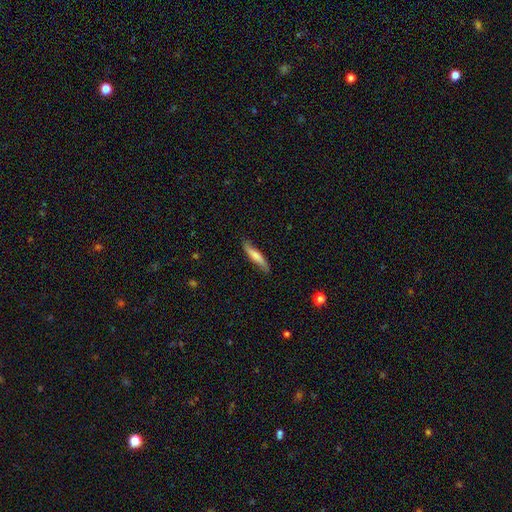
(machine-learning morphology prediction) Smooth or featured?
  - smooth: 60% *
  - featured or disk: 35%
  - star or artifact: 6%
How rounded?
  - cigar-shaped: 87% *
  - in between: 12%
  - round: 2%
Merging?
  - none: 77% *
  - minor disturbance: 18%
  - major disturbance: 3%
  - merger: 2%